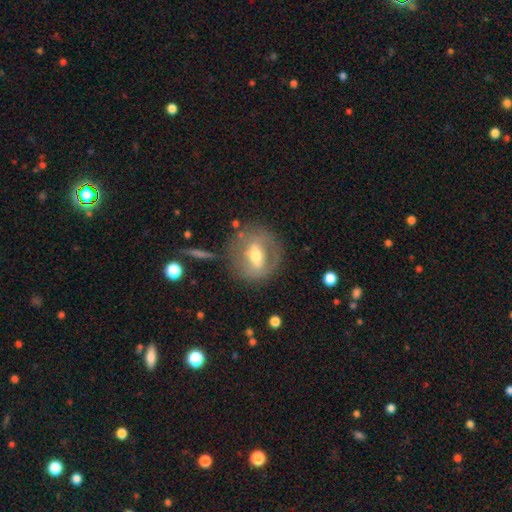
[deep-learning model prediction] Overall: featured or disk (60%; smooth 32%). Edge-on disk: no (85%). Bar: strong (43%; weak 37%). Spiral arms: no (67%; yes 33%). Bulge size: moderate (67%). Merging: none (70%).